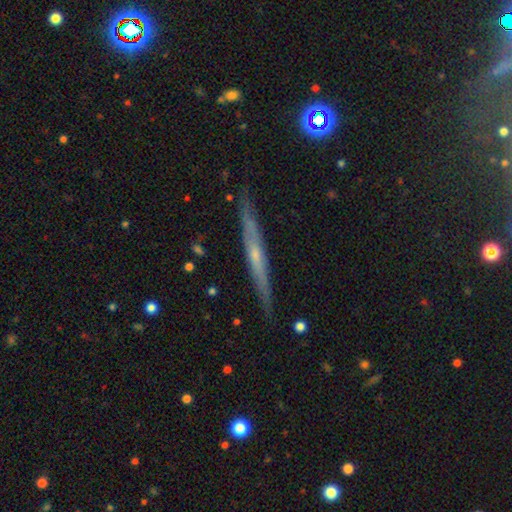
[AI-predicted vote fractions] Q: Smooth or featured?
A: featured or disk (65%); runner-up: smooth (30%)
Q: Edge-on disk?
A: yes (93%); runner-up: no (7%)
Q: Edge-on bulge?
A: none (53%); runner-up: rounded (42%)
Q: Merging?
A: none (83%); runner-up: minor disturbance (13%)